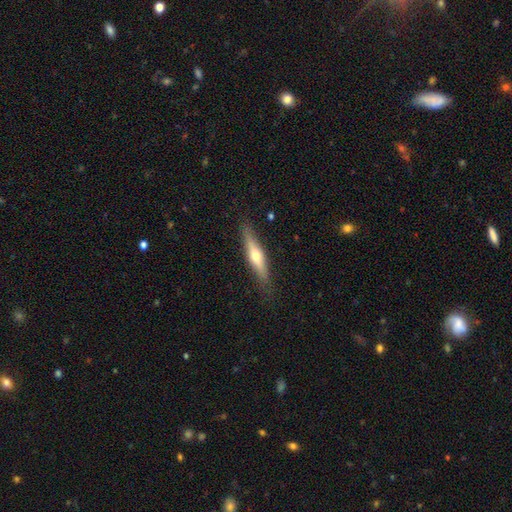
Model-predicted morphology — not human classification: smooth-or-featured: featured or disk: 50% | smooth: 45% | star or artifact: 6%
  merging: none: 85% | minor disturbance: 11% | major disturbance: 3% | merger: 1%